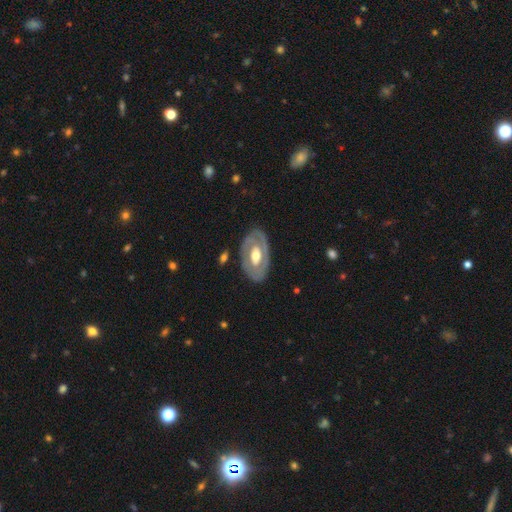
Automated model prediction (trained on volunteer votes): Smooth or featured: featured or disk — 69% (smooth — 27%)
Edge-on disk: no — 91% (yes — 9%)
Bar: no — 62% (weak — 26%)
Spiral arms: no — 64% (yes — 36%)
Bulge size: moderate — 66% (large — 23%)
Merging: none — 80% (minor disturbance — 14%)